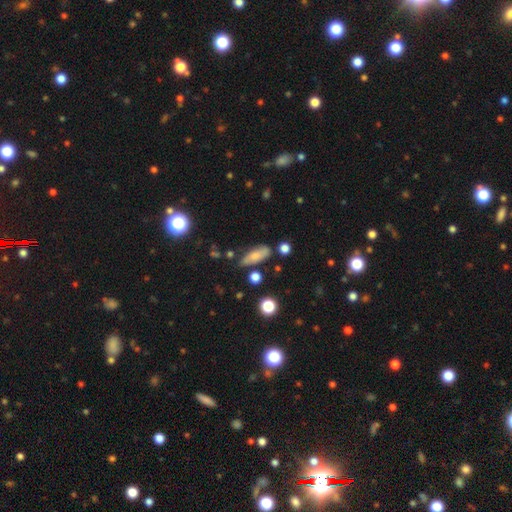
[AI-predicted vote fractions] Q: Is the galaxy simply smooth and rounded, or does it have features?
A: smooth — 70%.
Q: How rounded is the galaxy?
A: in between — 68%.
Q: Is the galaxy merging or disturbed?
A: none — 60%.